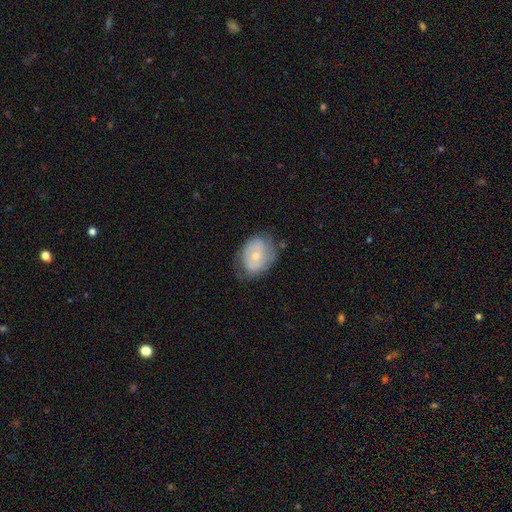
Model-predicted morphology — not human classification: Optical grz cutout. It shows a featured or disk galaxy (51%). Merging: none (61%).